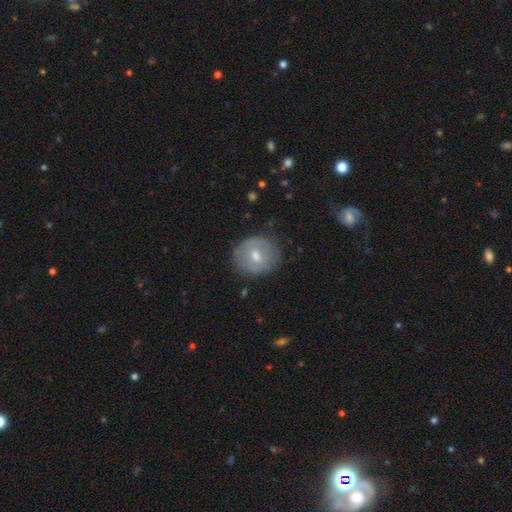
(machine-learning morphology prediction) type=smooth (47%); merging=none (81%).